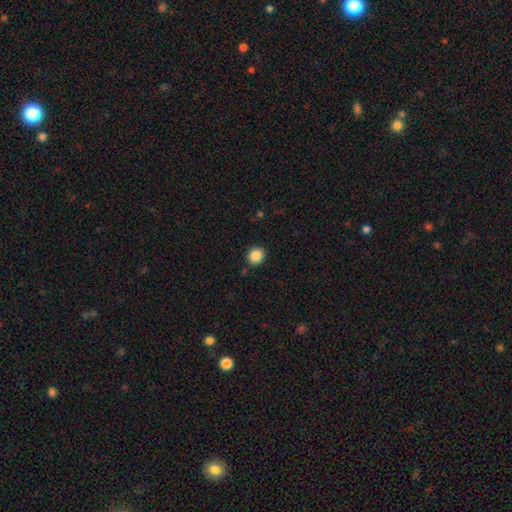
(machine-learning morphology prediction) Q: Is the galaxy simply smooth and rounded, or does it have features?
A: smooth — 88%.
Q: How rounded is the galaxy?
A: round — 81%.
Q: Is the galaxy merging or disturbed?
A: none — 88%.